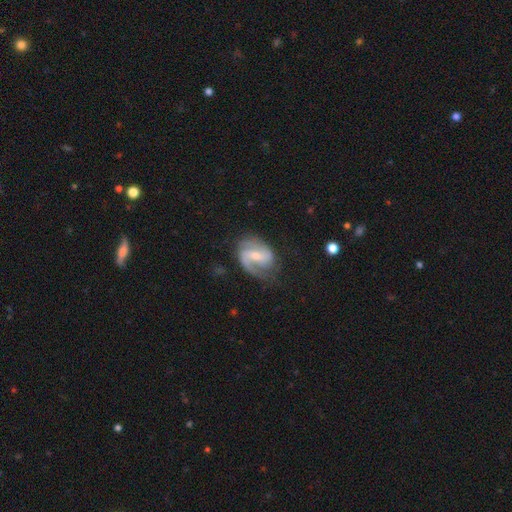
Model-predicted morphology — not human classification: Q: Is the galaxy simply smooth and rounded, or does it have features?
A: featured or disk — 85%.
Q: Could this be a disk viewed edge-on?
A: no — 97%.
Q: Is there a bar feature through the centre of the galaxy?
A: weak — 47%.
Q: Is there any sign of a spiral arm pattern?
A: yes — 96%.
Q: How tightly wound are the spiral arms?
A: medium — 49%.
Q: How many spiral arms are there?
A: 2 — 80%.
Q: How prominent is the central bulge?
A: small — 52%.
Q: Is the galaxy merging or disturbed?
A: none — 66%.